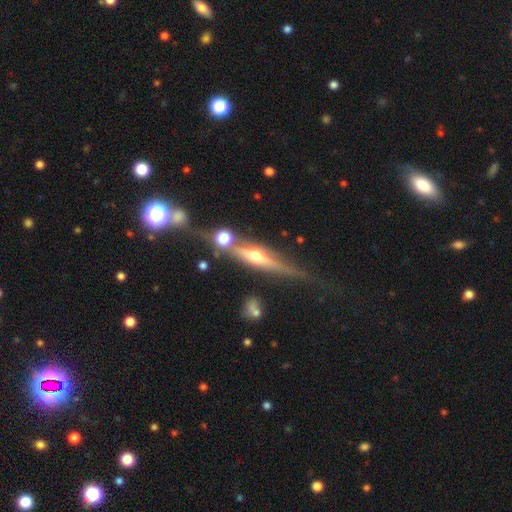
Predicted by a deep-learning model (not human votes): Smooth or featured?
  - featured or disk: 76% *
  - smooth: 17%
  - star or artifact: 8%
Edge-on disk?
  - yes: 94% *
  - no: 6%
Edge-on bulge?
  - rounded: 91% *
  - boxy: 6%
  - none: 3%
Merging?
  - none: 70% *
  - minor disturbance: 15%
  - merger: 9%
  - major disturbance: 6%